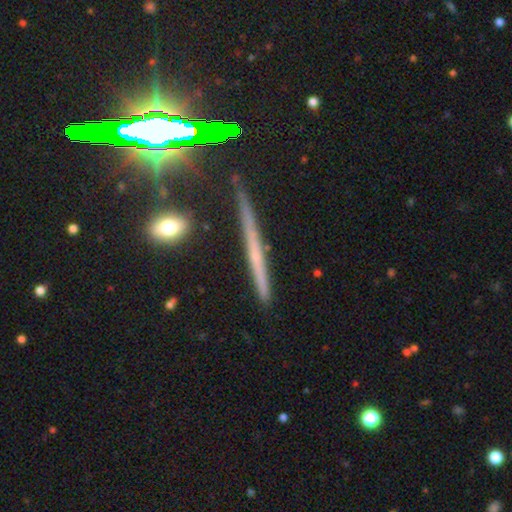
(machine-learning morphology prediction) A featured or disk galaxy (57%) viewed edge-on (96%) with no central bulge (81%).

Vote fractions:
- Smooth or featured? featured or disk: 57% / smooth: 28% / star or artifact: 15%
- Edge-on disk? yes: 96% / no: 4%
- Edge-on bulge? none: 81% / rounded: 13% / boxy: 6%
- Merging? none: 83% / minor disturbance: 12% / major disturbance: 3% / merger: 2%